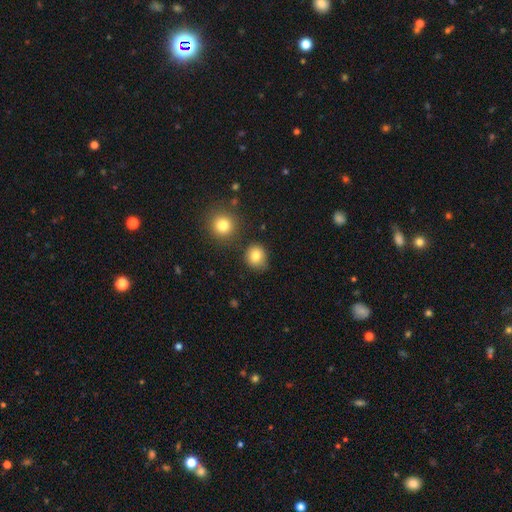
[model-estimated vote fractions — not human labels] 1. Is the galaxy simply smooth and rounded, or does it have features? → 82% smooth, 11% star or artifact, 7% featured or disk.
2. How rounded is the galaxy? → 84% round, 15% in between, 1% cigar-shaped.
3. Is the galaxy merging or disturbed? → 81% none, 11% minor disturbance, 5% merger, 3% major disturbance.